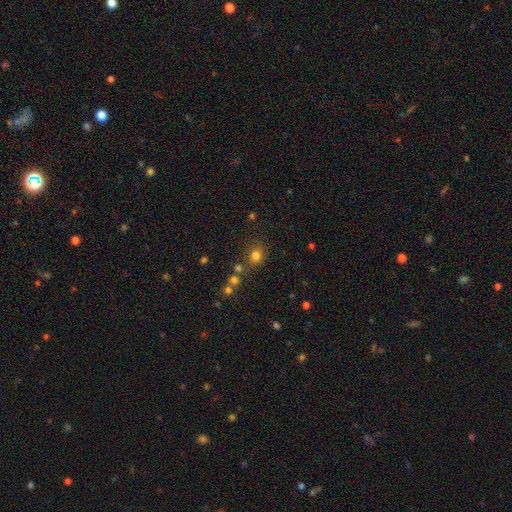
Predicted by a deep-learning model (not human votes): smooth-or-featured: smooth: 76% | star or artifact: 17% | featured or disk: 7%
  how-rounded: round: 81% | in between: 18% | cigar-shaped: 1%
  merging: none: 72% | minor disturbance: 13% | merger: 10% | major disturbance: 5%